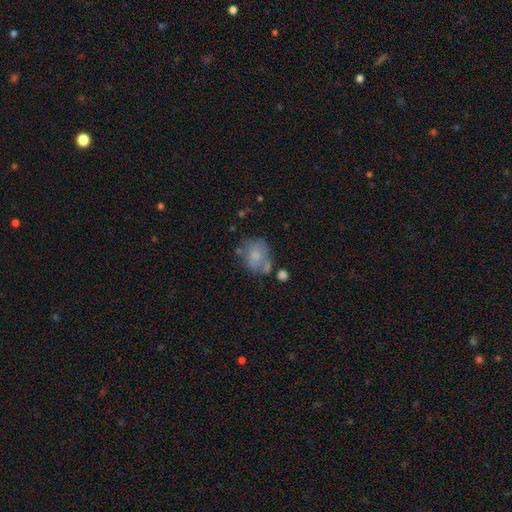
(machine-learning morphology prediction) This is possibly a smooth galaxy (58%). How rounded: possibly in between (52%). Merging: marginally none (39%).